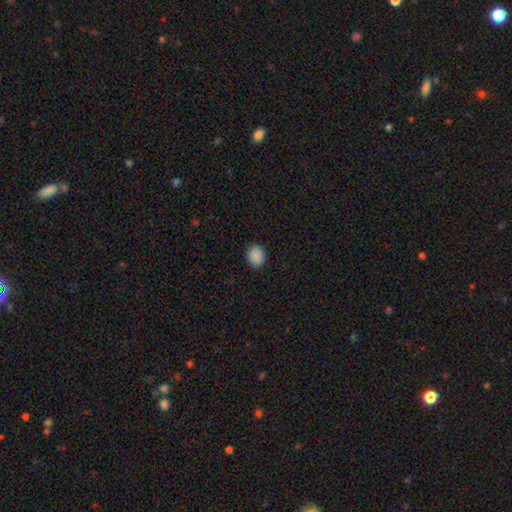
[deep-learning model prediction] This is clearly a smooth galaxy (90%). How rounded: possibly in between (57%). Merging: clearly none (89%).